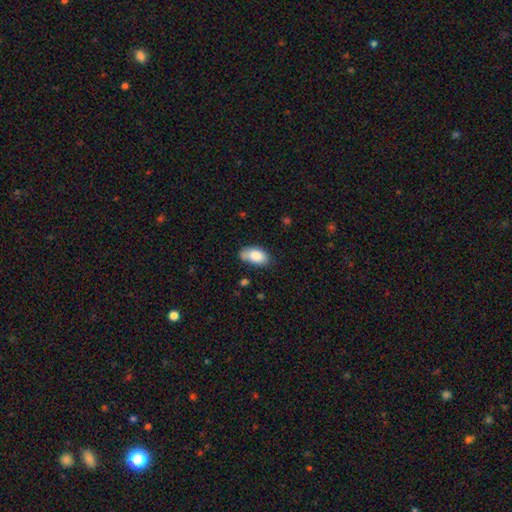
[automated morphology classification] Overall: smooth (84%). How rounded: in between (93%). Merging: none (65%; minor disturbance 26%).